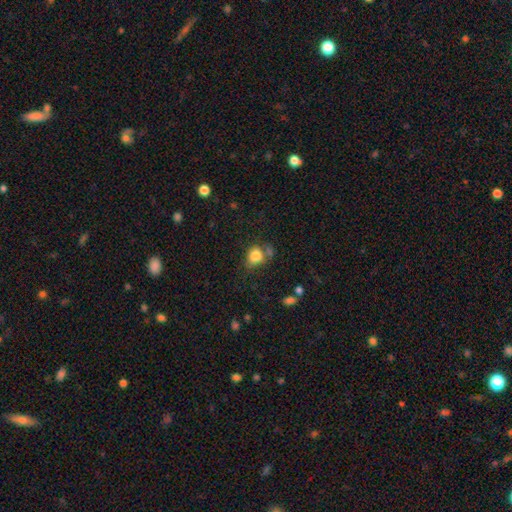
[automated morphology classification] Smooth or featured? smooth (82%)
How rounded? round (52%)
Merging? none (53%)